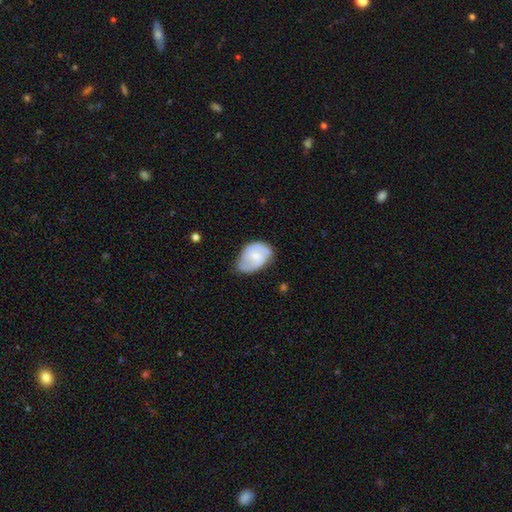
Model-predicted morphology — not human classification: Smooth or featured? Predicted: featured or disk (p=0.55). Edge-on disk? Predicted: no (p=0.97). Bar? Predicted: no (p=0.52). Spiral arms? Predicted: yes (p=0.79). Bulge size? Predicted: small (p=0.57). Merging? Predicted: none (p=0.51).